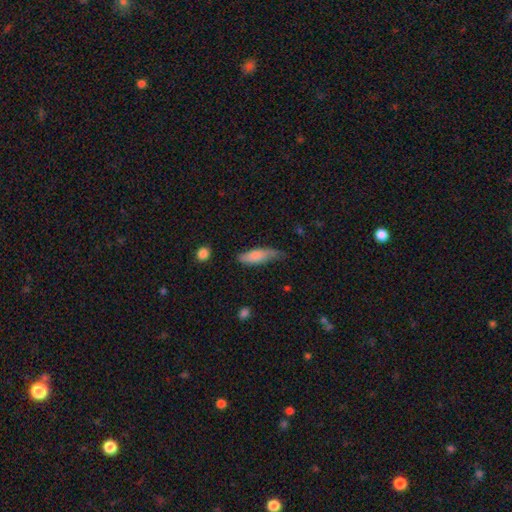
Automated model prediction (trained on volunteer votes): Morphology: type=smooth (79%); roundness=in between (58%); merging=none (44%).